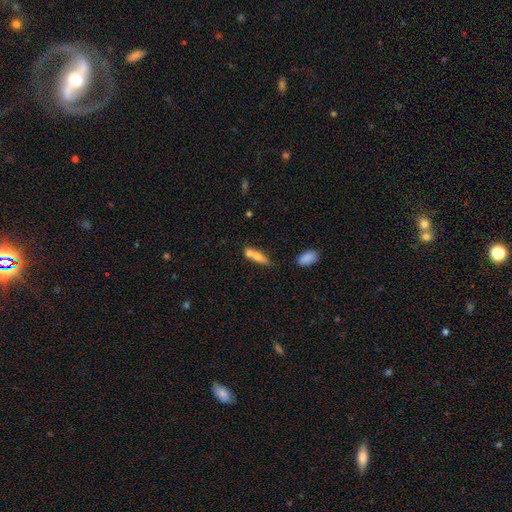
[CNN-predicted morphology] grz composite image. It shows a smooth galaxy with no disk features (65%) that is cigar-shaped (56%). Merging: merger (43%).